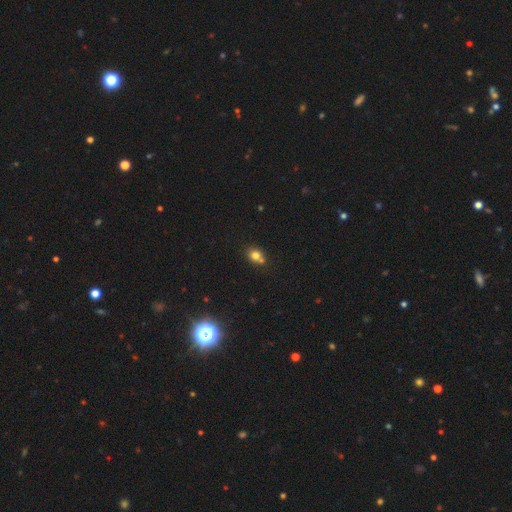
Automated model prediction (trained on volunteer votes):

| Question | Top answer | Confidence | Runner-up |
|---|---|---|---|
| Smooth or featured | smooth | 76% | star or artifact (14%) |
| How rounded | round | 63% | in between (36%) |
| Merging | none | 53% | merger (31%) |